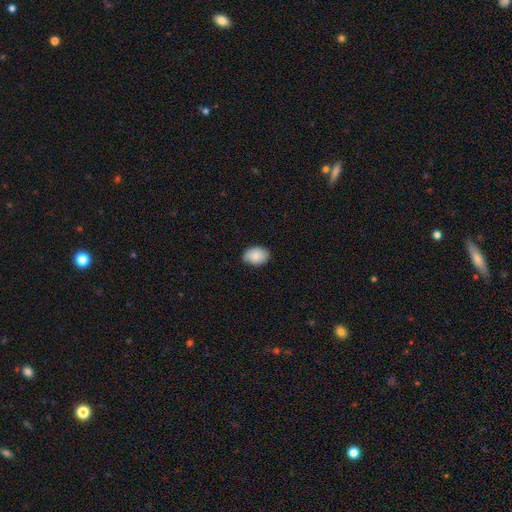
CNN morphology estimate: smooth-or-featured: smooth: 86% | featured or disk: 7% | star or artifact: 7%
  how-rounded: in between: 77% | round: 22% | cigar-shaped: 1%
  merging: none: 79% | minor disturbance: 17% | major disturbance: 2% | merger: 1%